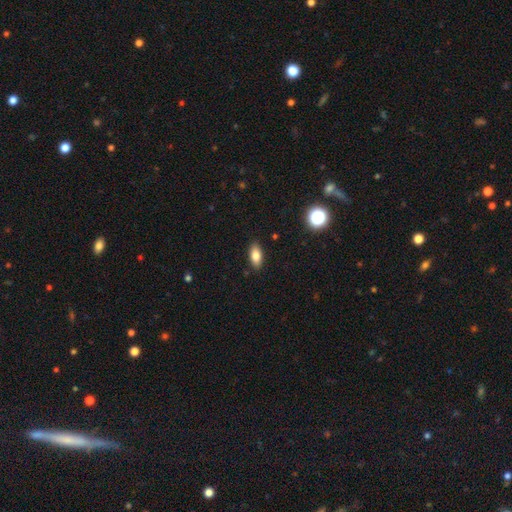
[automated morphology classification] smooth-or-featured: smooth: 82% | featured or disk: 9% | star or artifact: 9%
  how-rounded: in between: 87% | cigar-shaped: 10% | round: 4%
  merging: none: 88% | minor disturbance: 9% | major disturbance: 2% | merger: 1%